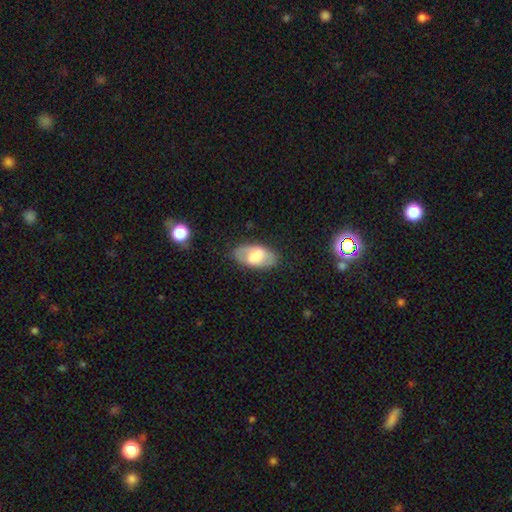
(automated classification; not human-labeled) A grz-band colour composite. It shows a smooth galaxy with no disk features (56%) that is in between round and cigar-shaped (94%). Merging: none (80%).